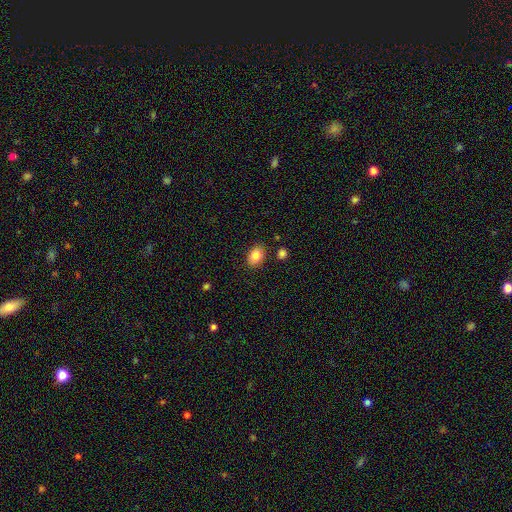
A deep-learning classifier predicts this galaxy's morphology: The model was most divided on "how rounded": in between: 81%, round: 18%, cigar-shaped: 1%. More confident: merging — none (85%); smooth or featured — smooth (84%).